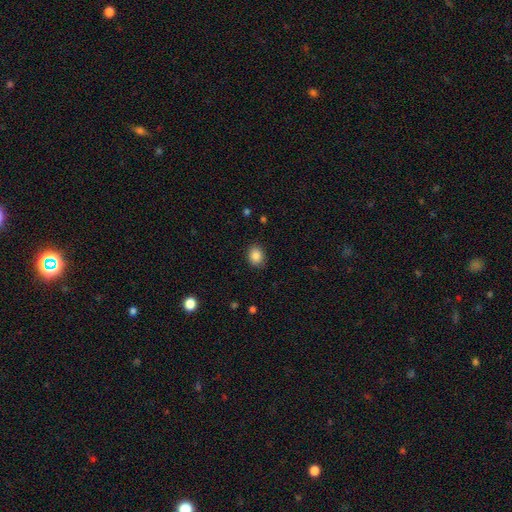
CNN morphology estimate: Q: Smooth or featured?
A: smooth (87%); runner-up: star or artifact (9%)
Q: How rounded?
A: in between (50%); runner-up: round (49%)
Q: Merging?
A: none (88%); runner-up: minor disturbance (9%)